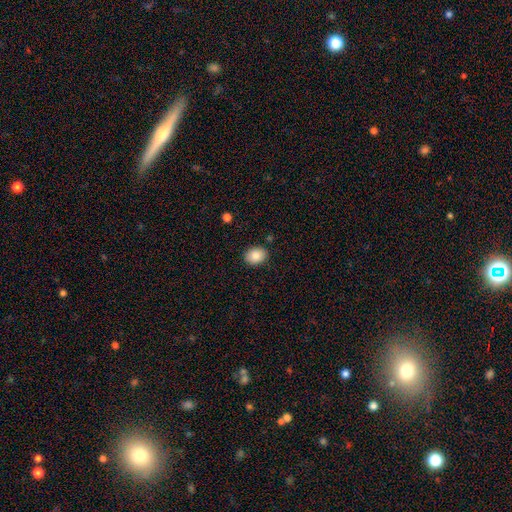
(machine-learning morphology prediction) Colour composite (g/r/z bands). It shows a smooth galaxy with no disk features (86%) that is in between round and cigar-shaped (57%). Merging: none (88%).